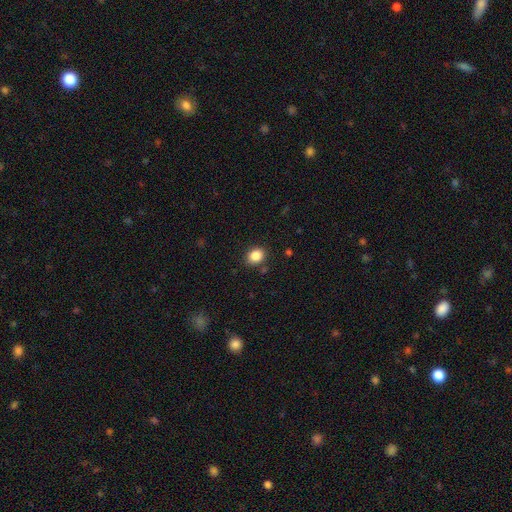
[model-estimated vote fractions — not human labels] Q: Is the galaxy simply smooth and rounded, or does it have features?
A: smooth — 86%.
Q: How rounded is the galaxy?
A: round — 54%.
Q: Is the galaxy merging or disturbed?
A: none — 85%.